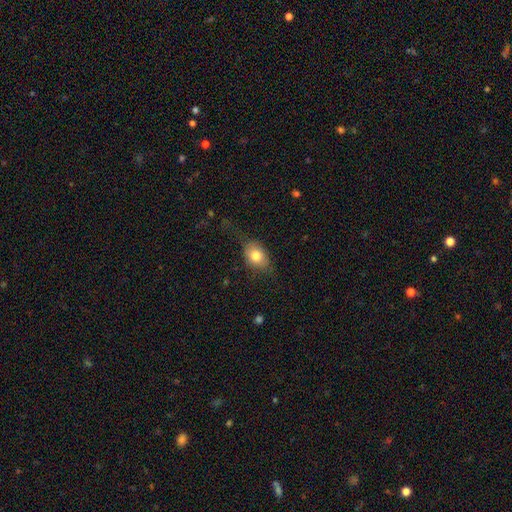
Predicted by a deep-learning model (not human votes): Smooth or featured? smooth (78%)
How rounded? in between (73%)
Merging? none (58%)